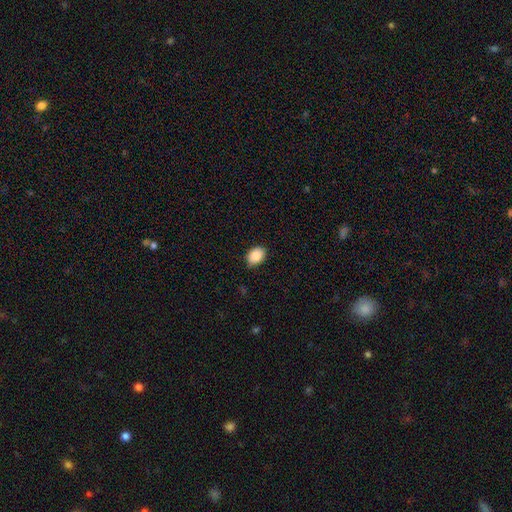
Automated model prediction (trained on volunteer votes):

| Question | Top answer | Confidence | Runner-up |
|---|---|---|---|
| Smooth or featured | smooth | 87% | star or artifact (8%) |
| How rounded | in between | 76% | round (23%) |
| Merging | none | 85% | minor disturbance (12%) |